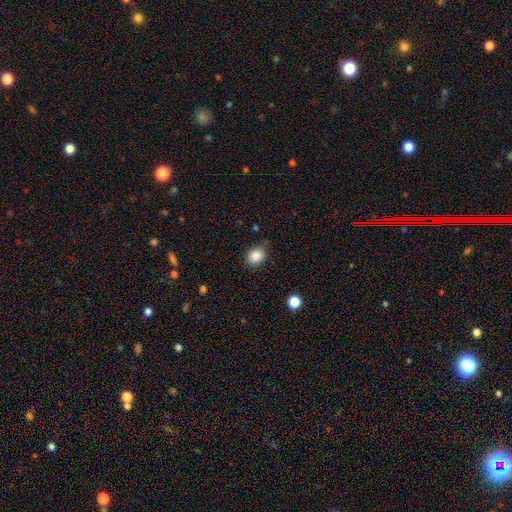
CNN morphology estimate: The model was most divided on "how rounded": round: 56%, in between: 43%, cigar-shaped: 1%. More confident: smooth or featured — smooth (86%); merging — none (85%).